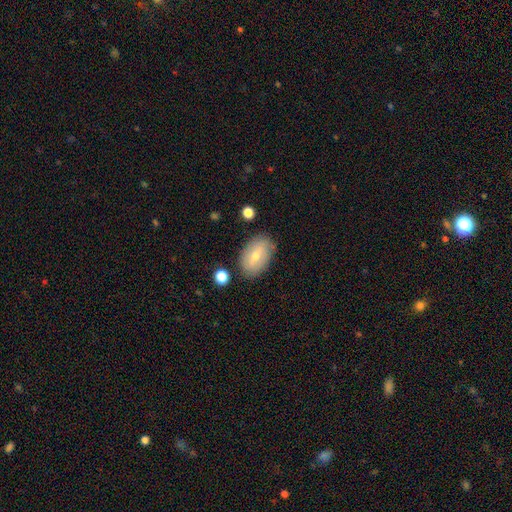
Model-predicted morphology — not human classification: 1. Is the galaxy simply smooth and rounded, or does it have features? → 63% smooth, 30% featured or disk, 7% star or artifact.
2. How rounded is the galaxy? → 90% in between, 8% round, 2% cigar-shaped.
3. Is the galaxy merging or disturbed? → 81% none, 14% minor disturbance, 3% major disturbance, 2% merger.